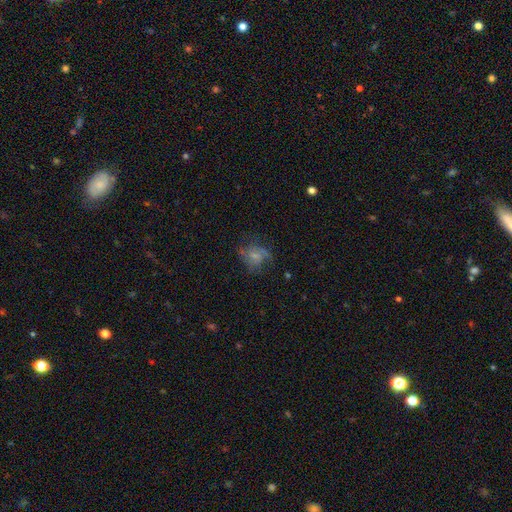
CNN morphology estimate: This appears to be a featured or disk galaxy (50%). Merging: none (50%).